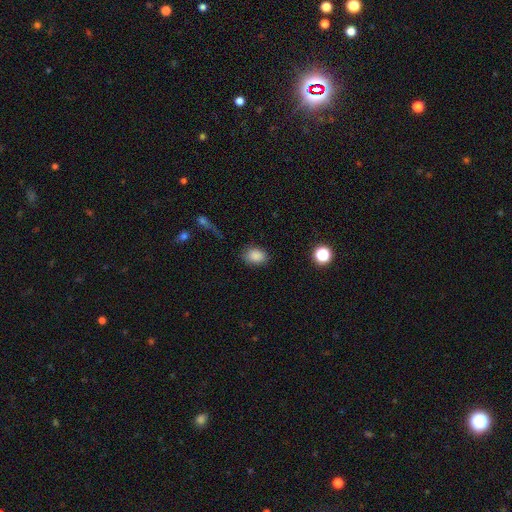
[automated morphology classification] Smooth or featured? Predicted: smooth (p=0.86). How rounded? Predicted: in between (p=0.73). Merging? Predicted: none (p=0.82).